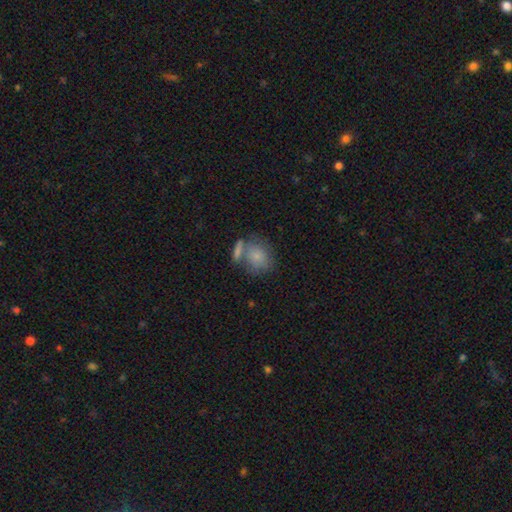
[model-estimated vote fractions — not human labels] The model was most divided on "how rounded": round: 49%, in between: 48%, cigar-shaped: 2%. Remaining: smooth or featured — smooth (79%); merging — none (46%).